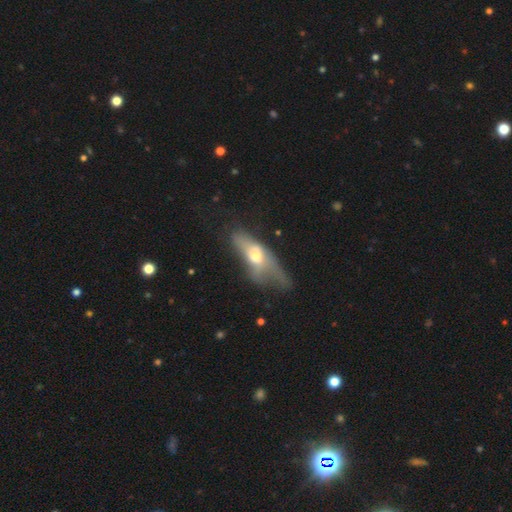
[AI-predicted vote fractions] A featured or disk galaxy (46%).

Vote fractions:
- Smooth or featured? featured or disk: 46% / smooth: 45% / star or artifact: 9%
- Merging? major disturbance: 44% / minor disturbance: 28% / none: 23% / merger: 5%